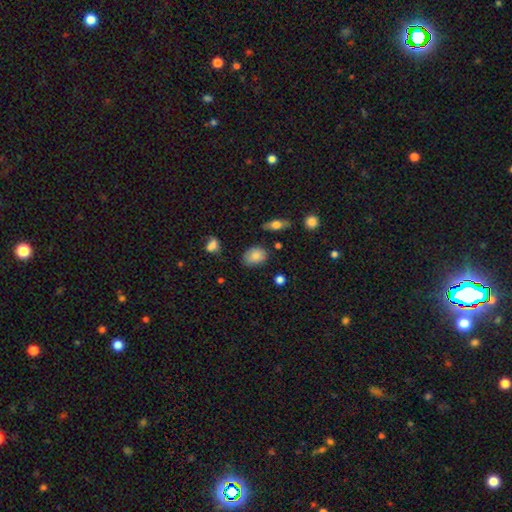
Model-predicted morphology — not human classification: Smooth or featured?
  - smooth: 84% *
  - star or artifact: 8%
  - featured or disk: 7%
How rounded?
  - in between: 71% *
  - round: 28%
  - cigar-shaped: 2%
Merging?
  - none: 77% *
  - minor disturbance: 17%
  - major disturbance: 3%
  - merger: 3%